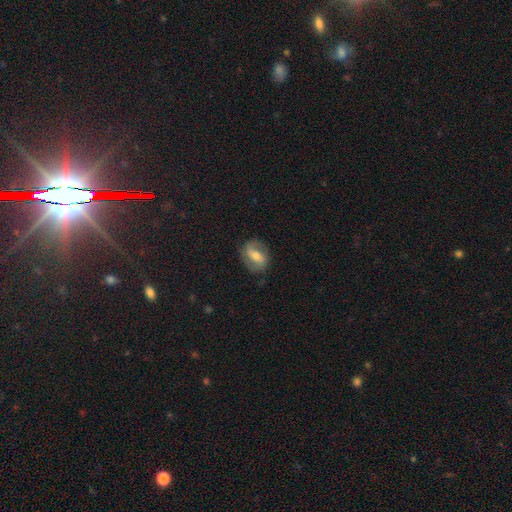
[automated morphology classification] type=featured or disk (53%); edge-on=no (94%); merging=none (76%).